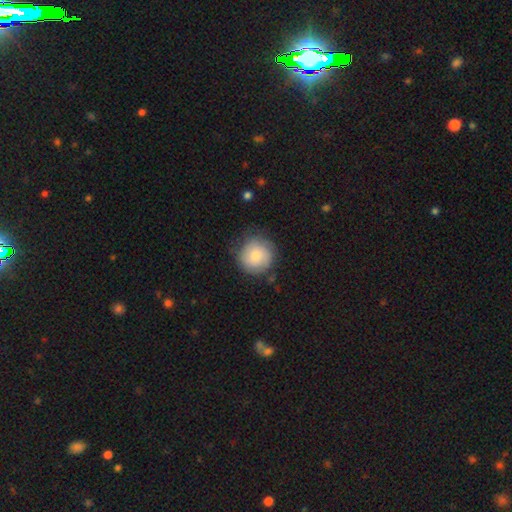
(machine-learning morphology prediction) Smooth or featured? Predicted: smooth (p=0.70). How rounded? Predicted: round (p=0.93). Merging? Predicted: none (p=0.75).